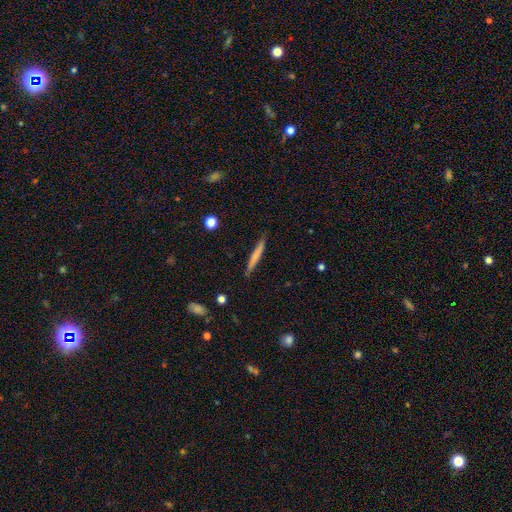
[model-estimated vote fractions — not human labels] Smooth or featured? smooth (65%)
How rounded? cigar-shaped (96%)
Merging? none (87%)